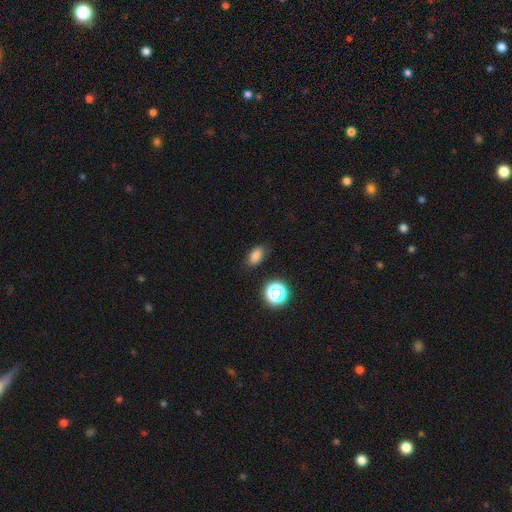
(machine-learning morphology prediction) Overall: smooth (81%). How rounded: in between (83%). Merging: none (81%).